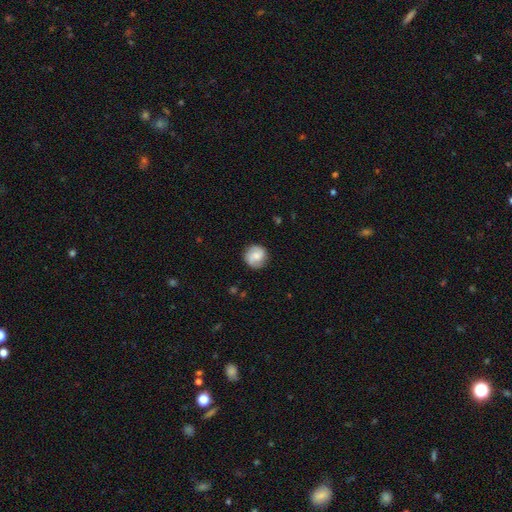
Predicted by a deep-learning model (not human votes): Smooth or featured? Predicted: smooth (p=0.53). How rounded? Predicted: round (p=0.91). Merging? Predicted: none (p=0.84).